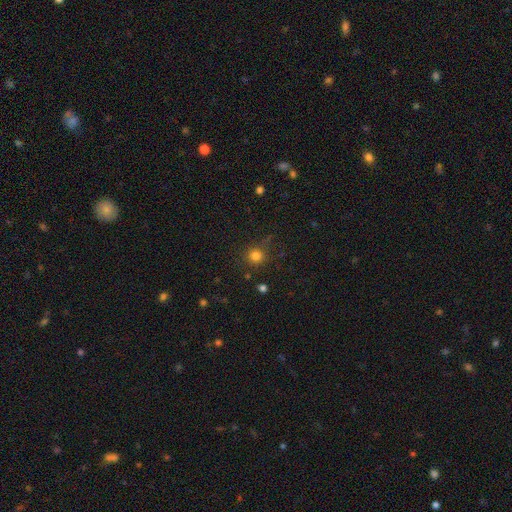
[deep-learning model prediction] Smooth or featured? Predicted: smooth (p=0.80). How rounded? Predicted: round (p=0.92). Merging? Predicted: none (p=0.83).